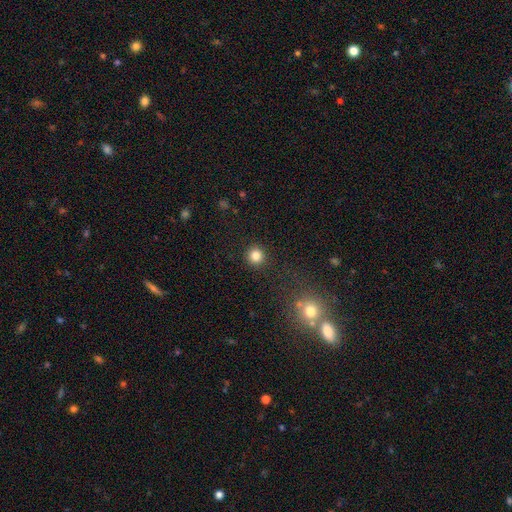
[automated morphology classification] Smooth or featured? smooth (82%)
How rounded? round (94%)
Merging? none (91%)